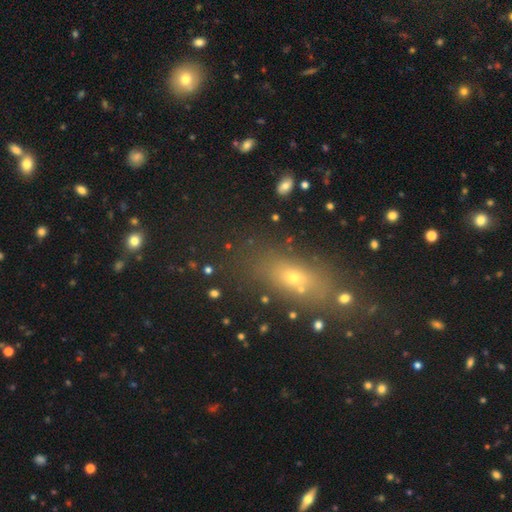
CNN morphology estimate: Smooth or featured? Predicted: smooth (p=0.56). How rounded? Predicted: in between (p=0.62). Merging? Predicted: none (p=0.77).